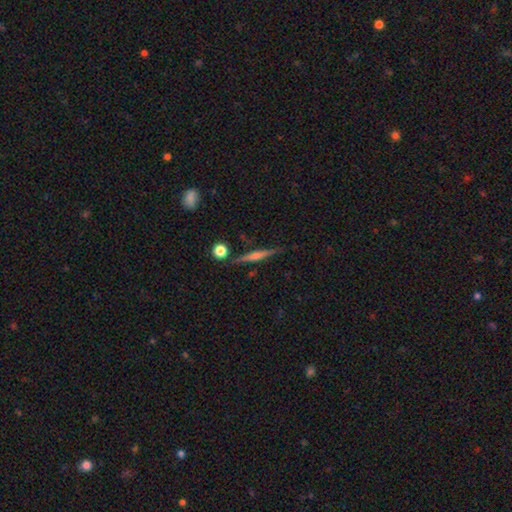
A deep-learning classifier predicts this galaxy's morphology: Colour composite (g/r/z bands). It shows a featured or disk galaxy (71%) viewed edge-on (98%) with a rounded central bulge (75%). Merging: none (88%).